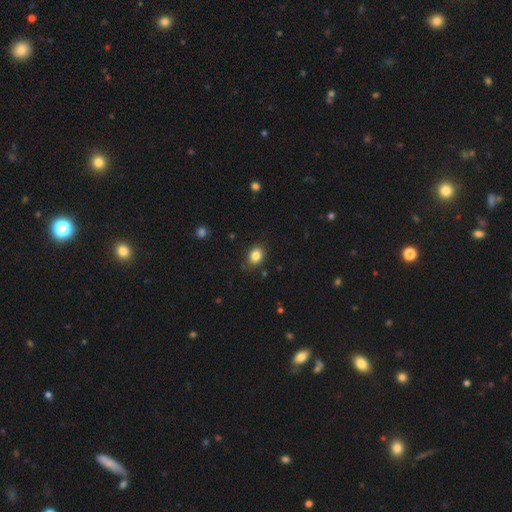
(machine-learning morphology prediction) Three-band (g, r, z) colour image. It shows a smooth galaxy with no disk features (84%) that is in between round and cigar-shaped (57%). Merging: none (84%).